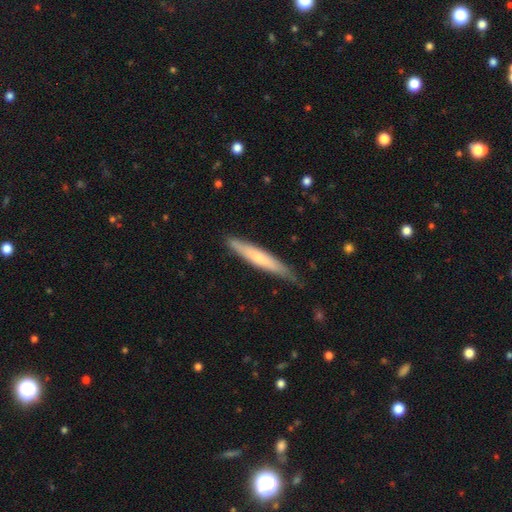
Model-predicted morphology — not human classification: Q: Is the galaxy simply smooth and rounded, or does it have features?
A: smooth — 51%.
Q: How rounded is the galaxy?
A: cigar-shaped — 94%.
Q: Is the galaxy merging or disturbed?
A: none — 79%.